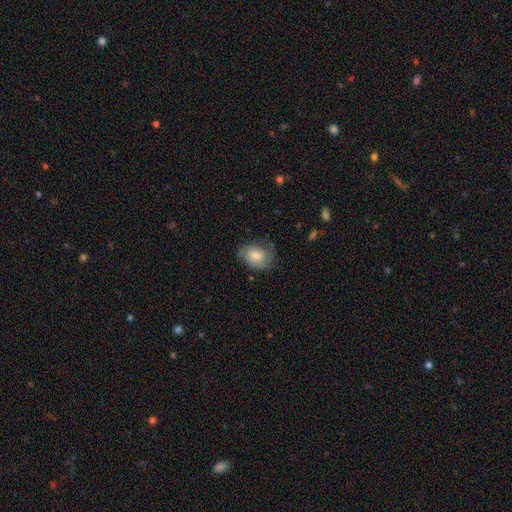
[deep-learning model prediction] Morphology: type=smooth (52%); roundness=in between (59%); merging=none (63%).